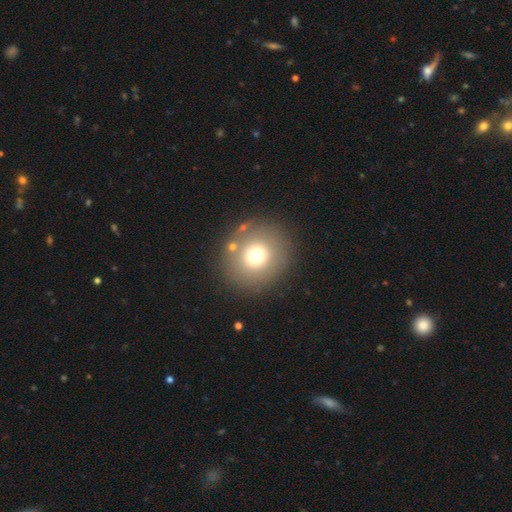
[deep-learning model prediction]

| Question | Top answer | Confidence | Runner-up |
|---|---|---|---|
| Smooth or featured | smooth | 70% | featured or disk (16%) |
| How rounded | round | 90% | in between (9%) |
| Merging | none | 83% | minor disturbance (8%) |